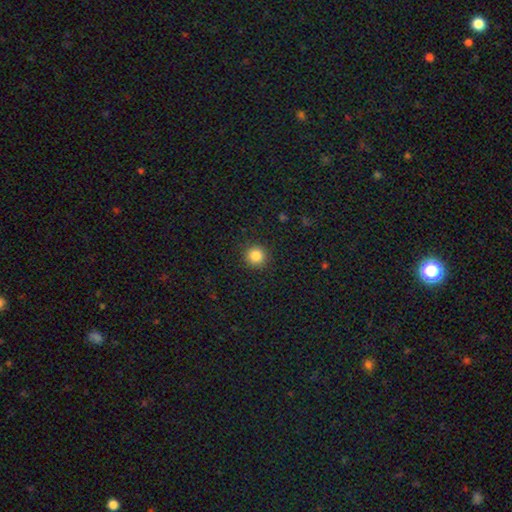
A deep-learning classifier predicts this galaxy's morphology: The model was most divided on "smooth or featured": smooth: 85%, star or artifact: 11%, featured or disk: 4%. More confident: how rounded — round (94%); merging — none (92%).